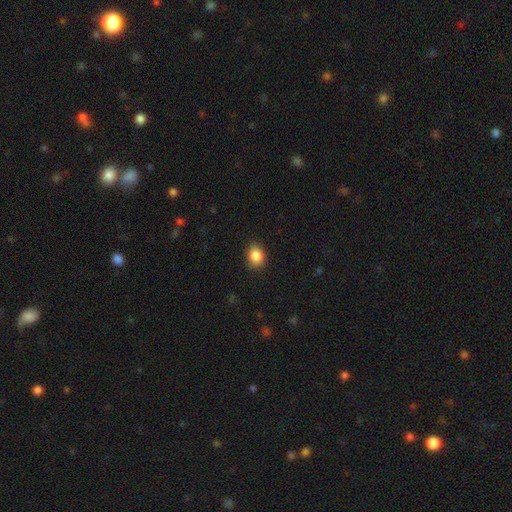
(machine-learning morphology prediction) The model was most divided on "how rounded": in between: 58%, round: 41%, cigar-shaped: 1%. More confident: smooth or featured — smooth (87%); merging — none (86%).